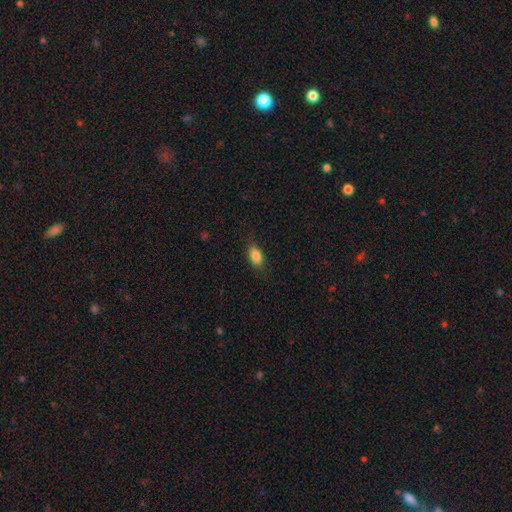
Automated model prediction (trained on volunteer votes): Q: Smooth or featured?
A: smooth (85%); runner-up: star or artifact (8%)
Q: How rounded?
A: in between (87%); runner-up: round (8%)
Q: Merging?
A: none (81%); runner-up: minor disturbance (15%)